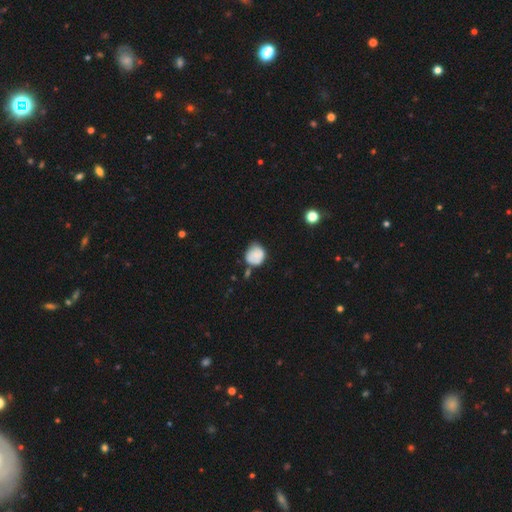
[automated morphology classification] type=smooth (69%); roundness=round (78%); merging=none (50%).